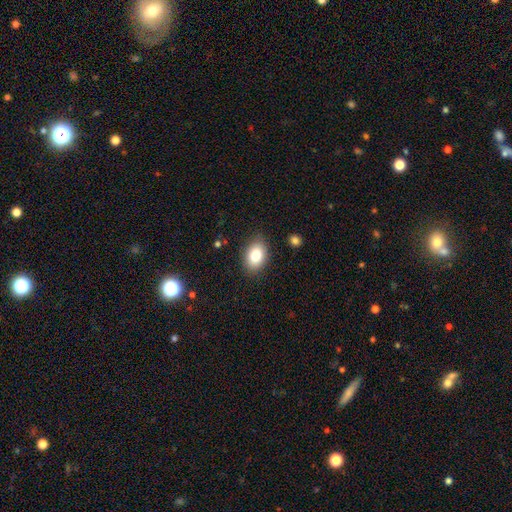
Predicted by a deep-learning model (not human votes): Overall: smooth (82%). How rounded: in between (80%). Merging: none (85%).